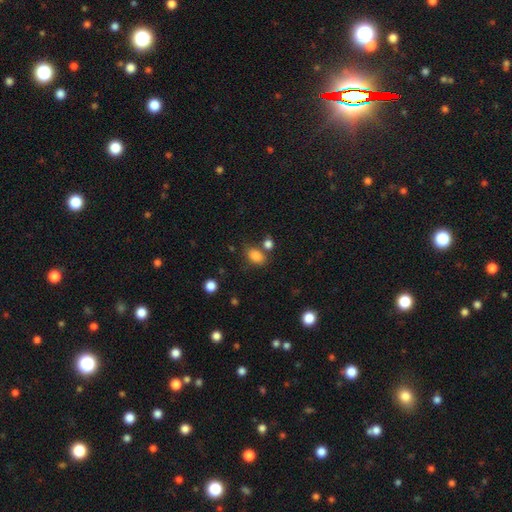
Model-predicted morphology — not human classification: Q: Smooth or featured?
A: smooth (84%); runner-up: star or artifact (11%)
Q: How rounded?
A: in between (79%); runner-up: round (19%)
Q: Merging?
A: none (62%); runner-up: merger (17%)